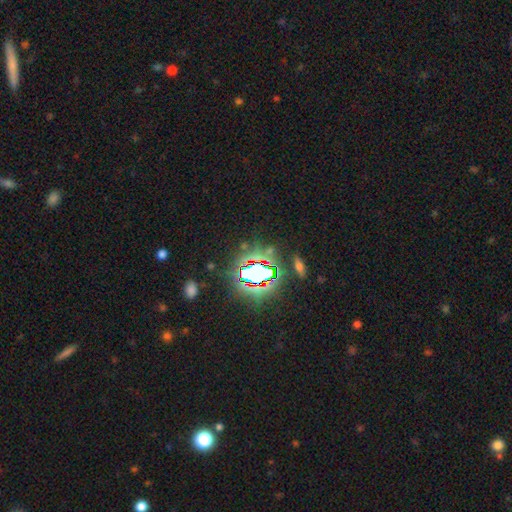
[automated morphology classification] Smooth or featured? Predicted: star or artifact (p=0.83).